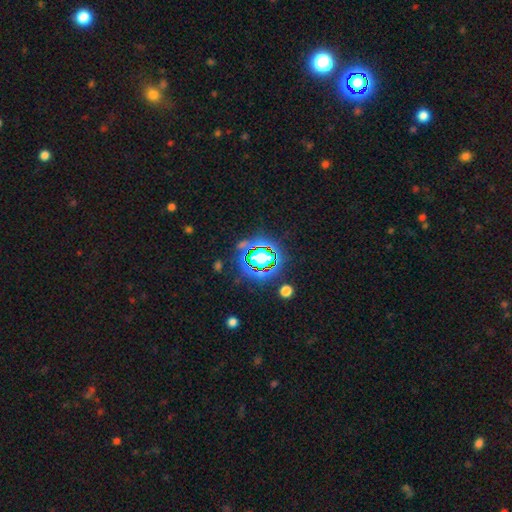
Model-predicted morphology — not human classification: star or artifact 79%, smooth 12%, featured or disk 8%.